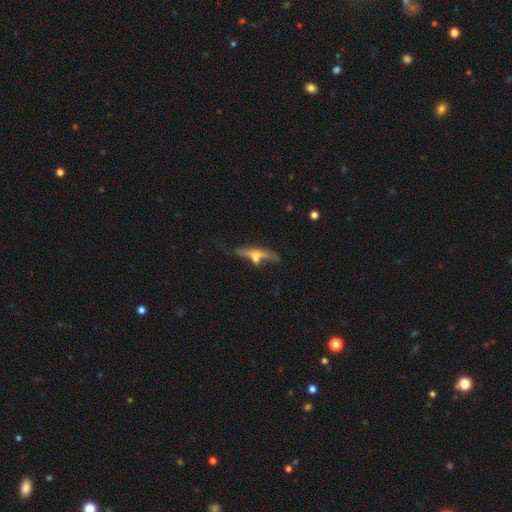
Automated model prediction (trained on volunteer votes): Smooth or featured? featured or disk (58%)
Edge-on disk? yes (72%)
Merging? none (40%)